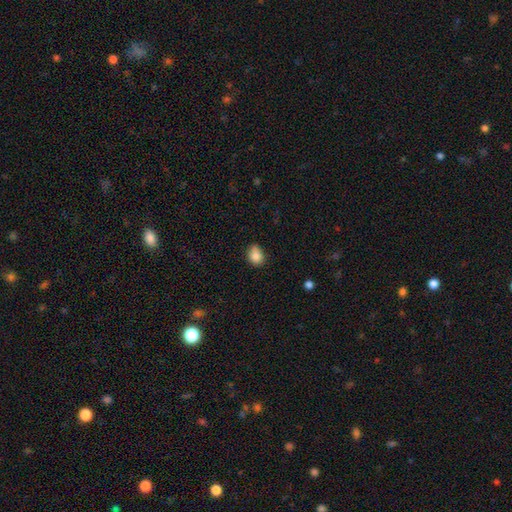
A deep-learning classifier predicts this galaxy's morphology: This is clearly a smooth galaxy (84%). How rounded: possibly round (50%). Merging: likely none (65%).